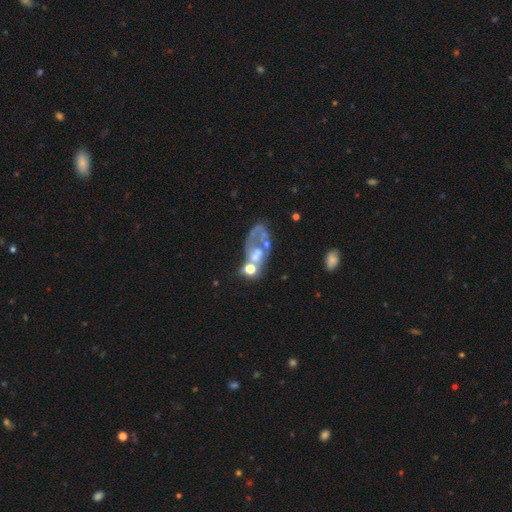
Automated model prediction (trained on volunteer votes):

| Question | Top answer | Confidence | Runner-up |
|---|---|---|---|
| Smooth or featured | featured or disk | 59% | smooth (24%) |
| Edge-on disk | no | 95% | yes (5%) |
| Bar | no | 86% | weak (11%) |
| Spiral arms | no | 75% | yes (25%) |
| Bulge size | none | 40% | moderate (27%) |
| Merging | none | 30% | major disturbance (28%) |